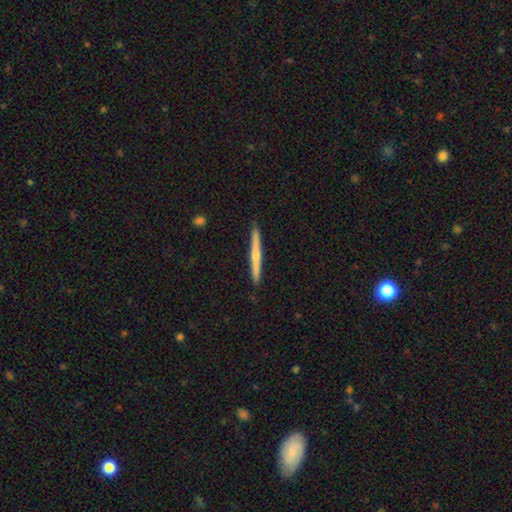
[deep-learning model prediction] Smooth or featured?
  - featured or disk: 54% *
  - smooth: 41%
  - star or artifact: 6%
Edge-on disk?
  - yes: 98% *
  - no: 2%
Edge-on bulge?
  - rounded: 57% *
  - none: 37%
  - boxy: 6%
Merging?
  - none: 91% *
  - minor disturbance: 6%
  - major disturbance: 1%
  - merger: 1%